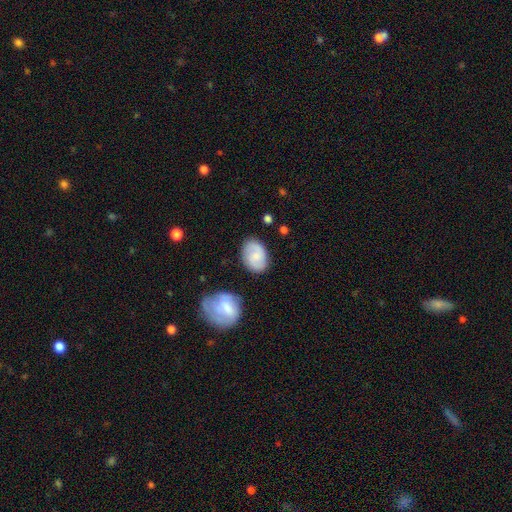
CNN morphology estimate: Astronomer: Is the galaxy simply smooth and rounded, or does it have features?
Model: smooth — 52% (runner-up: featured or disk, 41%).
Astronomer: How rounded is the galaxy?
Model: in between — 77%.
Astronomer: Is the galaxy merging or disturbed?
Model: none — 78%.